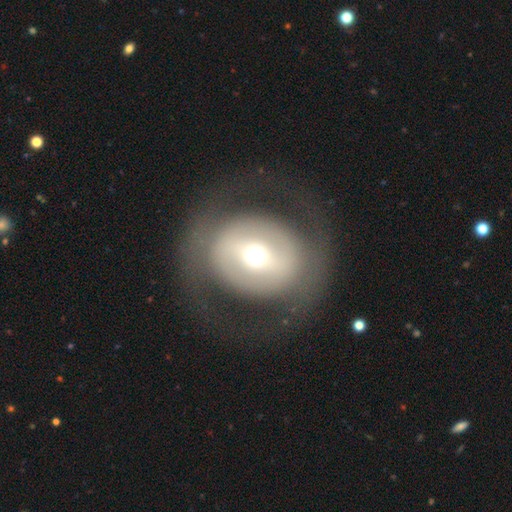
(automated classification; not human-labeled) smooth_or_featured: featured or disk (p=0.57) [alt: smooth p=0.35]
disk_edge_on: no (p=0.93) [alt: yes p=0.07]
bar: no (p=0.37) [alt: strong p=0.34]
has_spiral_arms: no (p=0.73) [alt: yes p=0.27]
bulge_size: moderate (p=0.59) [alt: small p=0.28]
merging: none (p=0.73) [alt: major disturbance p=0.14]